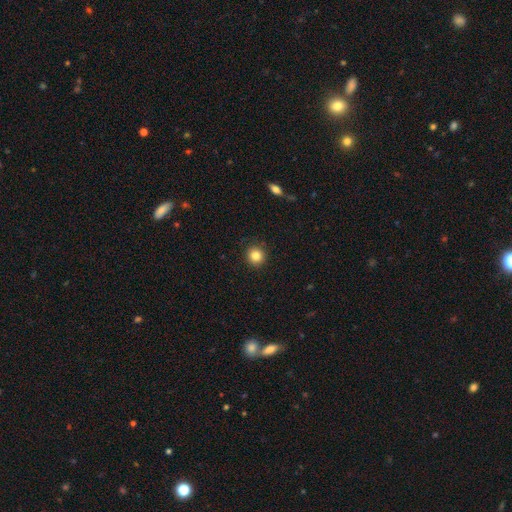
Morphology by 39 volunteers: Smooth or featured? smooth (87%)
How rounded? round (94%)
Merging? none (86%)